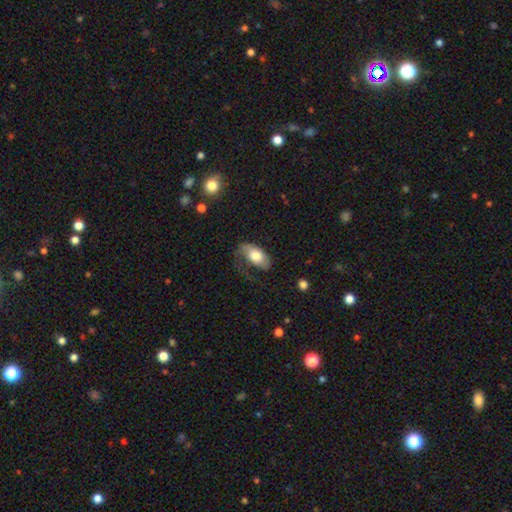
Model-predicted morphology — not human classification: smooth 57%, featured or disk 36%, star or artifact 6%. Down the decision tree: how rounded — in between (91%); merging — major disturbance (36%).